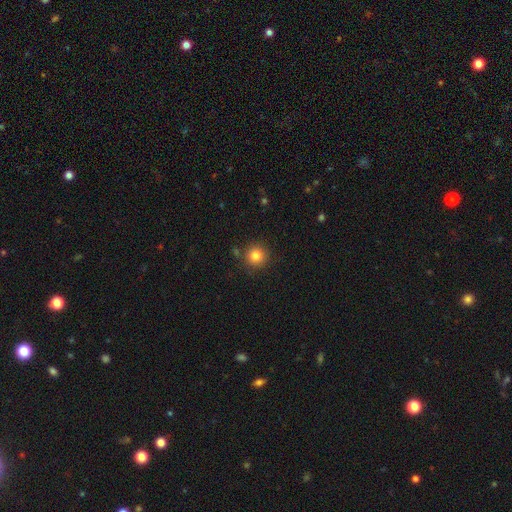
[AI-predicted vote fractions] smooth_or_featured: smooth (p=0.83) [alt: star or artifact p=0.12]
how_rounded: round (p=0.94) [alt: in between p=0.05]
merging: none (p=0.86) [alt: minor disturbance p=0.08]